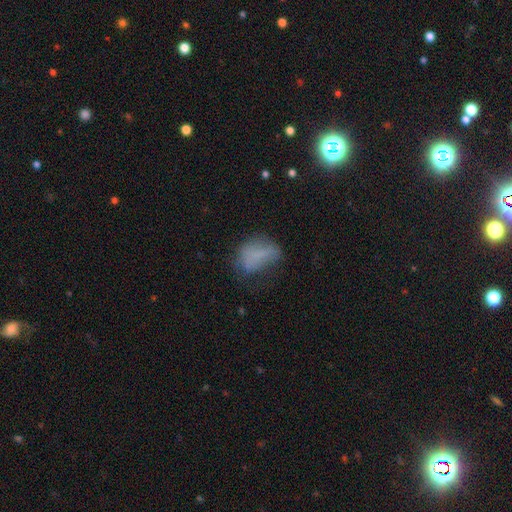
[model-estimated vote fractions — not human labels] smooth 63%, featured or disk 22%, star or artifact 15%. Down the decision tree: how rounded — in between (79%); merging — none (40%).